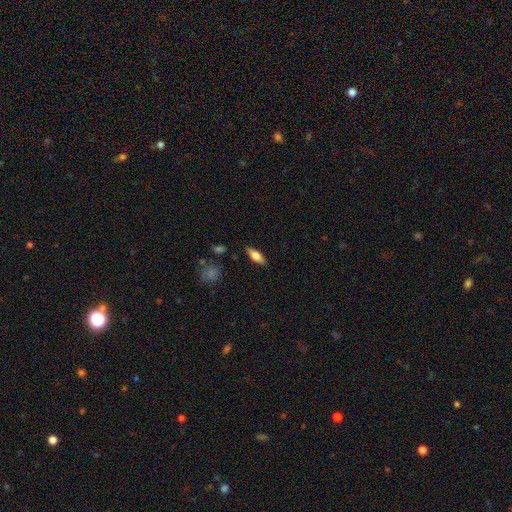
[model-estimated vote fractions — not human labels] A smooth galaxy with no disk features (66%) that is in between round and cigar-shaped (68%). Merging: none (86%).